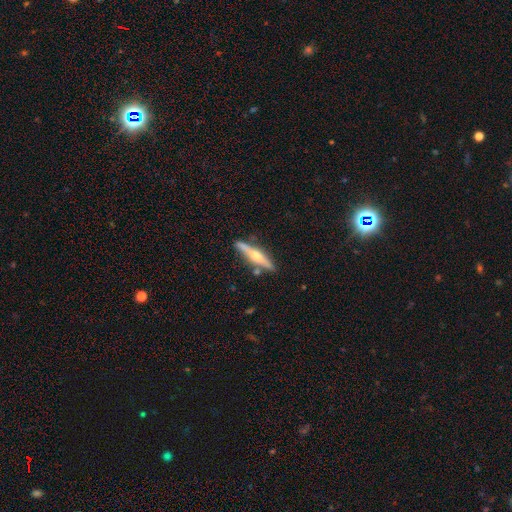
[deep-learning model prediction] smooth-or-featured: featured or disk: 64% | smooth: 31% | star or artifact: 5%
  disk-edge-on: yes: 96% | no: 4%
    edge-on-bulge: rounded: 92% | none: 4% | boxy: 4%
  merging: none: 82% | minor disturbance: 11% | merger: 5% | major disturbance: 2%